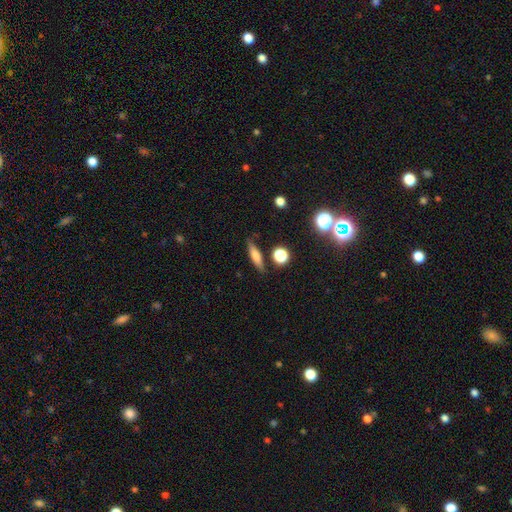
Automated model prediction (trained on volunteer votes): Smooth or featured? Predicted: smooth (p=0.62). How rounded? Predicted: cigar-shaped (p=0.67). Merging? Predicted: none (p=0.82).